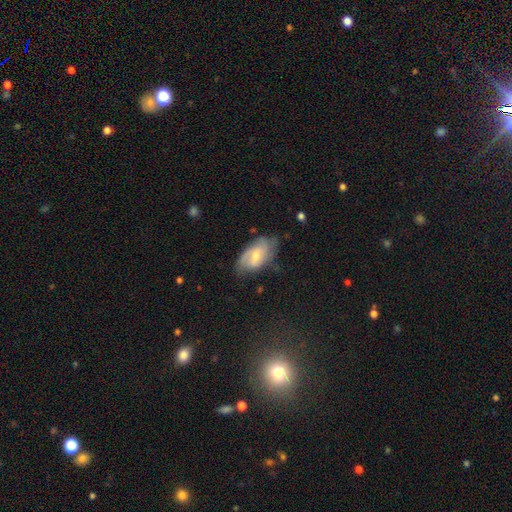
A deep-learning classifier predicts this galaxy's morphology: type=featured or disk (51%); edge-on=no (92%); merging=none (59%).